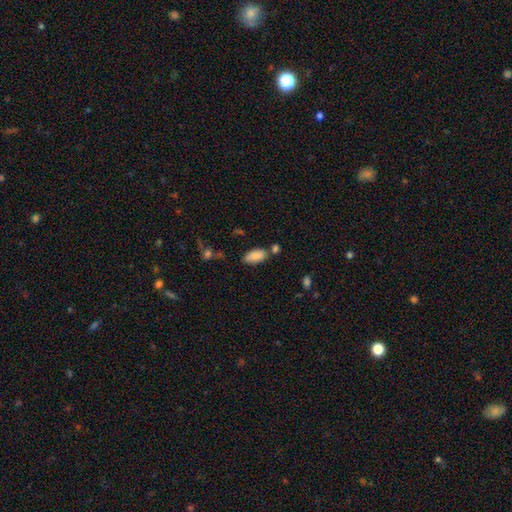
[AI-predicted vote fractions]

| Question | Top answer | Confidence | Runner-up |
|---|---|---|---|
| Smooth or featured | smooth | 87% | star or artifact (7%) |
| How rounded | in between | 91% | cigar-shaped (7%) |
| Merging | none | 68% | minor disturbance (15%) |